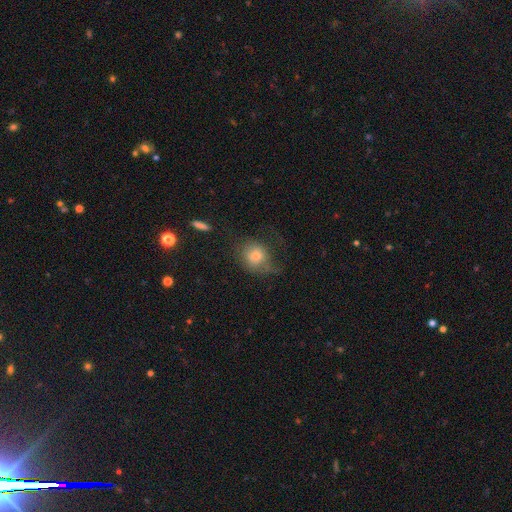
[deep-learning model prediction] This is likely a smooth galaxy (68%). How rounded: likely round (73%). Merging: possibly none (45%).